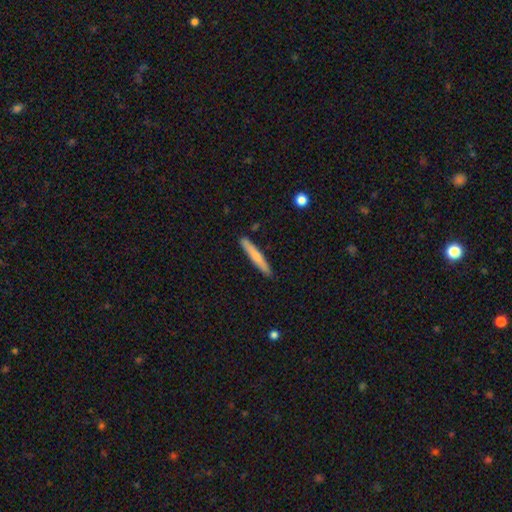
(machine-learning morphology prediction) A smooth galaxy with no disk features (64%) that is cigar-shaped (94%). Merging: none (89%).